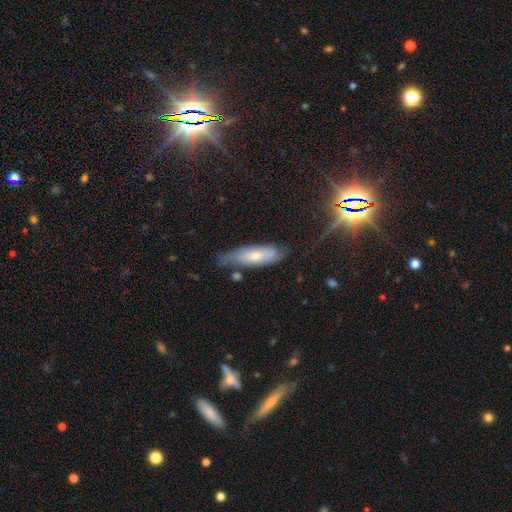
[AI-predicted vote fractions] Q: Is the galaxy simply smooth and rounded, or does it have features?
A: smooth — 55%.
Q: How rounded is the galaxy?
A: cigar-shaped — 51%.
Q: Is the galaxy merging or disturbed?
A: none — 58%.